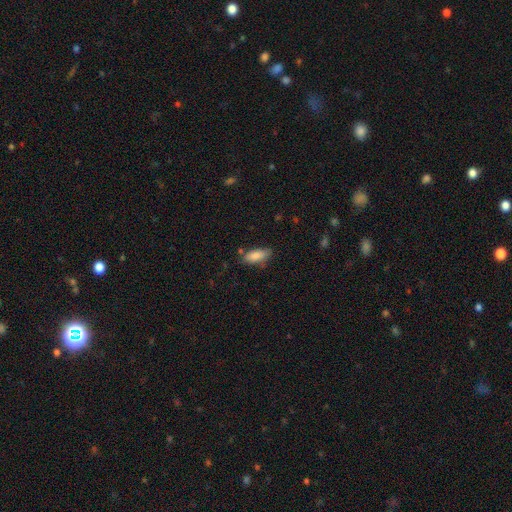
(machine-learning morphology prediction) type=smooth (86%); roundness=in between (78%); merging=none (72%).